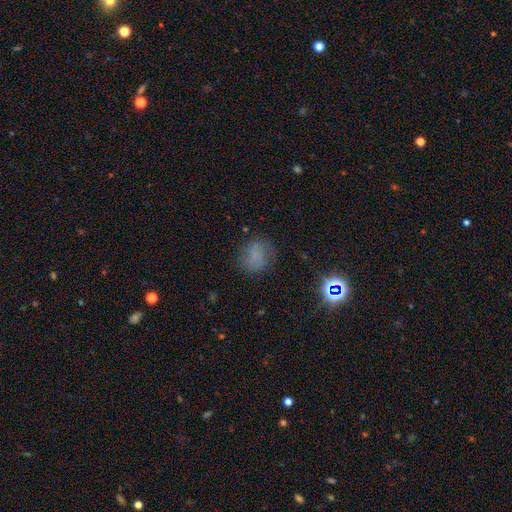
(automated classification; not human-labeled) Smooth or featured: smooth — 64% (star or artifact — 21%)
How rounded: round — 66% (in between — 33%)
Merging: none — 71% (minor disturbance — 19%)